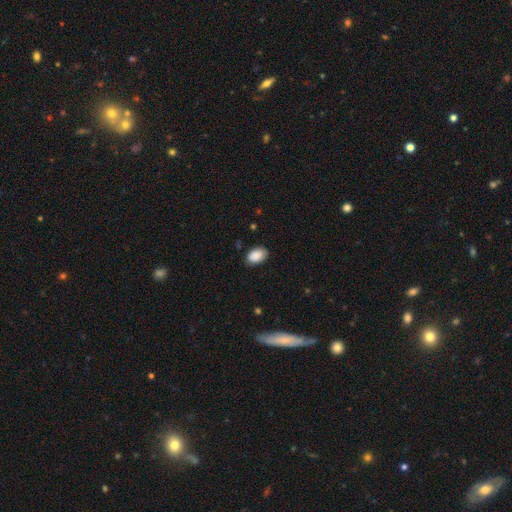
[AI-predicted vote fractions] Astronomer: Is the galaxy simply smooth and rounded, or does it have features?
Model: smooth — 90%.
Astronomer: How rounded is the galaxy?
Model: in between — 90%.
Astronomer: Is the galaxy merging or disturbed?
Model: none — 82%.